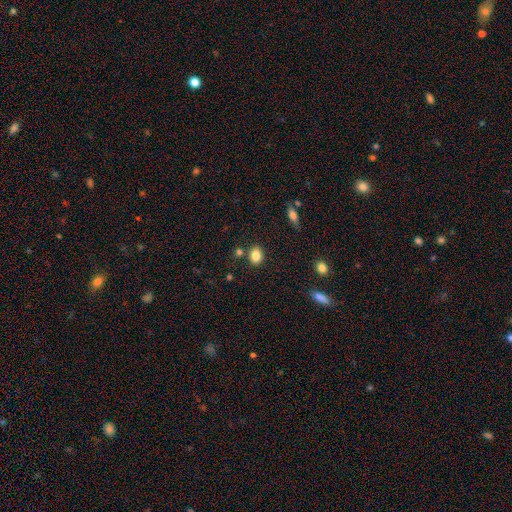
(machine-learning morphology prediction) Smooth or featured: smooth — 83% (star or artifact — 10%)
How rounded: in between — 50% (round — 49%)
Merging: none — 81% (minor disturbance — 10%)